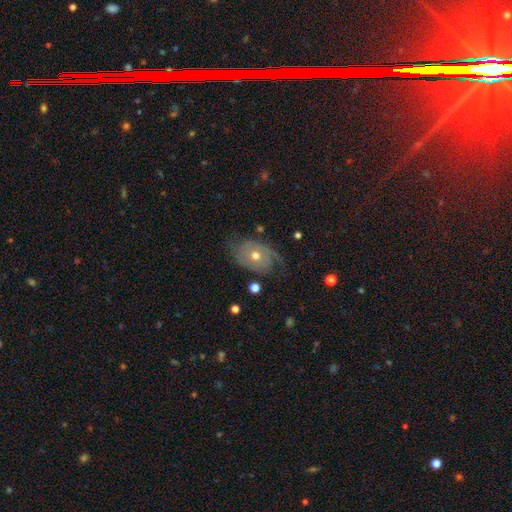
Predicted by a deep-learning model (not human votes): Smooth or featured? Predicted: featured or disk (p=0.70). Edge-on disk? Predicted: no (p=0.95). Bar? Predicted: no (p=0.83). Spiral arms? Predicted: yes (p=0.81). Spiral winding? Predicted: tight (p=0.45). Spiral arm count? Predicted: 2 (p=0.52). Bulge size? Predicted: moderate (p=0.70). Merging? Predicted: none (p=0.63).